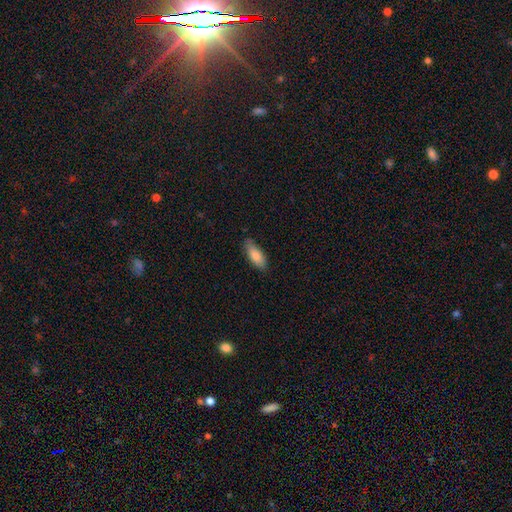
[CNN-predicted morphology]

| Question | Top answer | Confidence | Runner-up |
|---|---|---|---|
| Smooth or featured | smooth | 83% | featured or disk (11%) |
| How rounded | in between | 73% | cigar-shaped (25%) |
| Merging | none | 80% | minor disturbance (16%) |